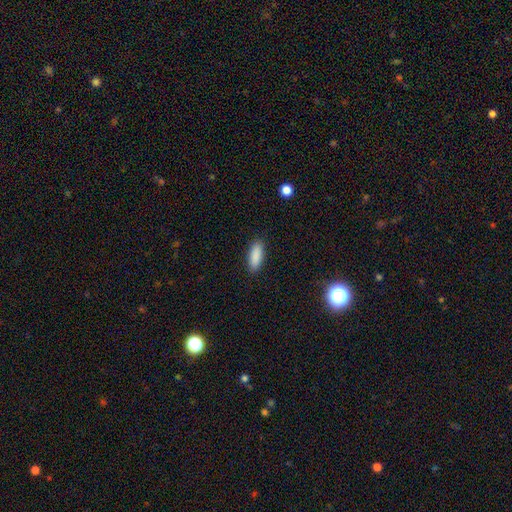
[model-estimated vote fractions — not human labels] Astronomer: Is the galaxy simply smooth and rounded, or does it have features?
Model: smooth — 89%.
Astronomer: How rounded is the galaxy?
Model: in between — 71%.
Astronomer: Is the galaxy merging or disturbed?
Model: none — 89%.